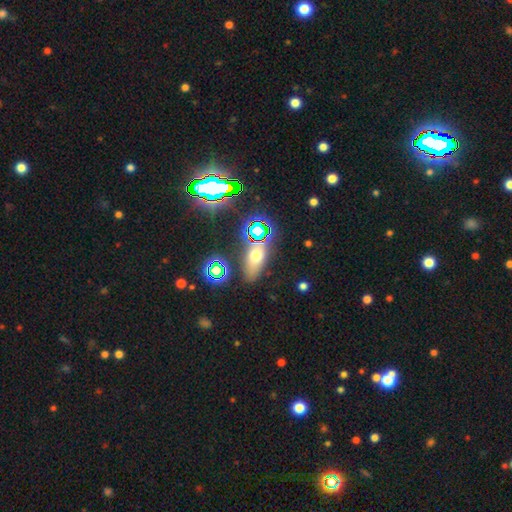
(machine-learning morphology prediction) Q: Smooth or featured?
A: smooth (43%); runner-up: star or artifact (37%)
Q: Merging?
A: none (75%); runner-up: minor disturbance (12%)